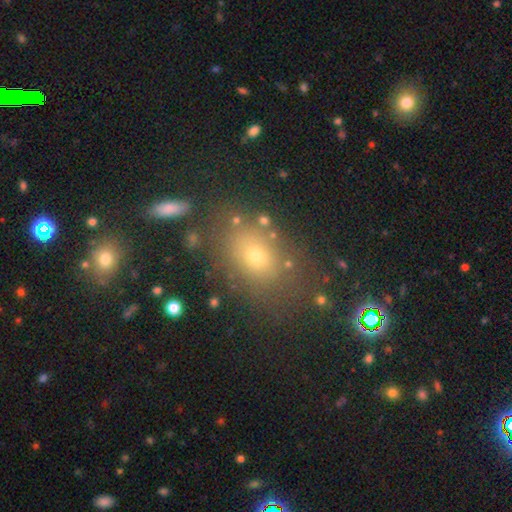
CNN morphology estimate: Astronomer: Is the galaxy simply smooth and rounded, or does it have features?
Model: smooth — 68%.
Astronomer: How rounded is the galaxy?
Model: in between — 69%.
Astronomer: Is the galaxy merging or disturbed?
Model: none — 75%.